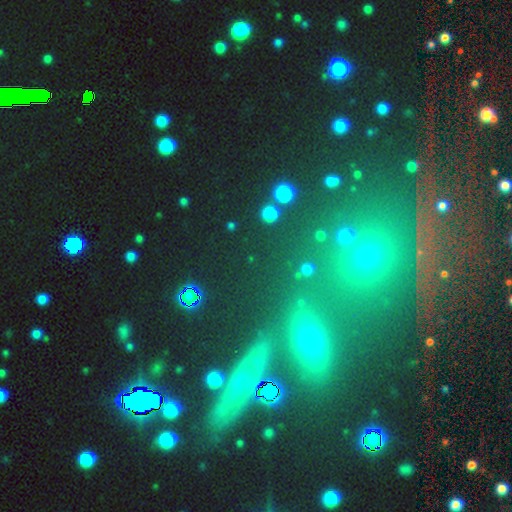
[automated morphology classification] A star or artifact, not a galaxy (54%).